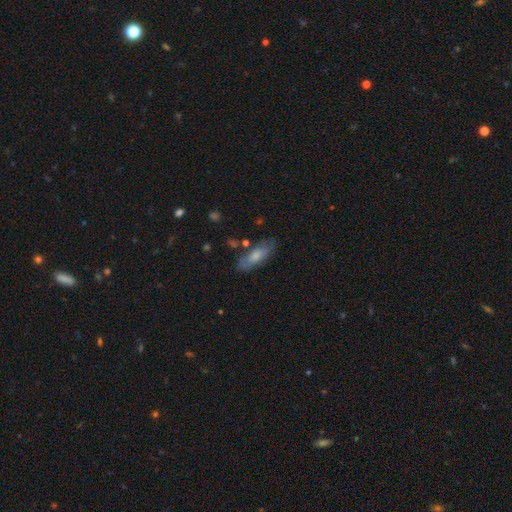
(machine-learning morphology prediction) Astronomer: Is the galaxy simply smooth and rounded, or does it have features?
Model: smooth — 67%.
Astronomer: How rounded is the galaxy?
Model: in between — 68%.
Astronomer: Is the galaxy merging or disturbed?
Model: none — 70%.